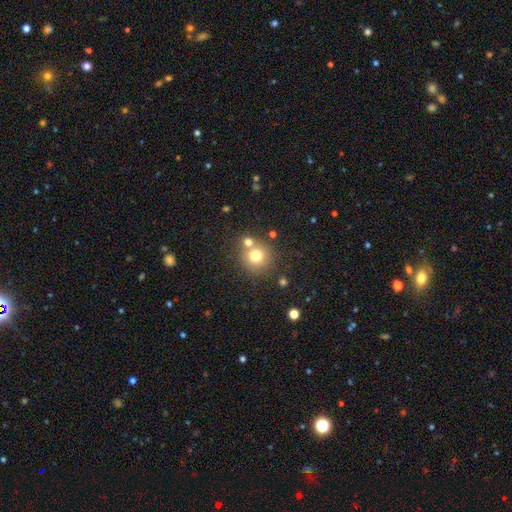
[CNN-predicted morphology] This is likely a smooth galaxy (74%). How rounded: clearly round (92%). Merging: likely none (67%).